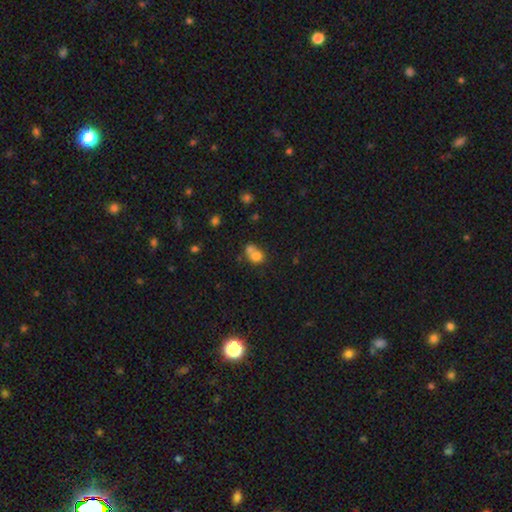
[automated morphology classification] This is likely a smooth galaxy (73%). How rounded: likely round (67%). Merging: possibly merger (60%).